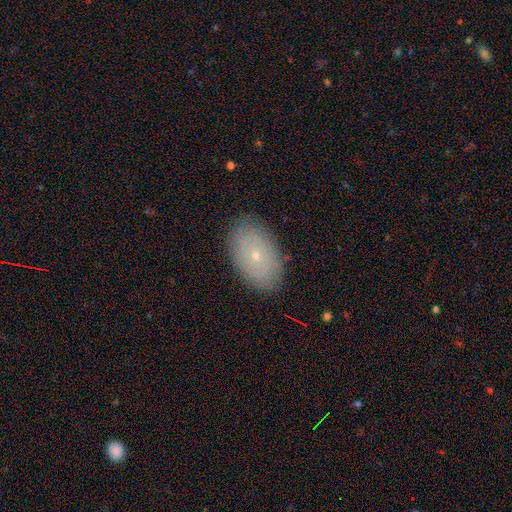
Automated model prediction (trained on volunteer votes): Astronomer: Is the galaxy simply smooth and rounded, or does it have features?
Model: smooth — 59%.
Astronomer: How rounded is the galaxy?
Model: in between — 91%.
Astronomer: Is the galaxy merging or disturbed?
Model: none — 86%.